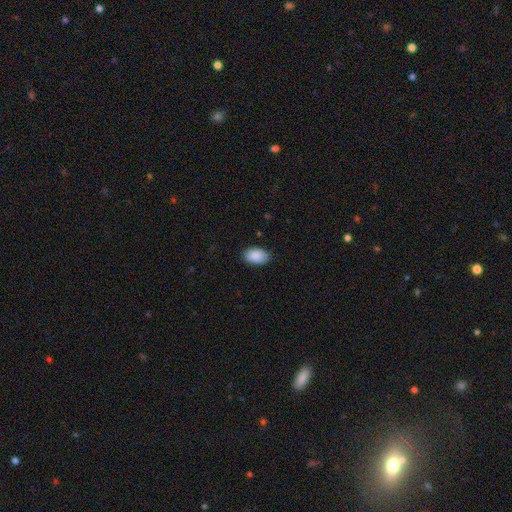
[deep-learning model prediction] The model was most divided on "merging": none: 85%, minor disturbance: 12%, major disturbance: 2%, merger: 1%. More confident: how rounded — in between (92%); smooth or featured — smooth (90%).